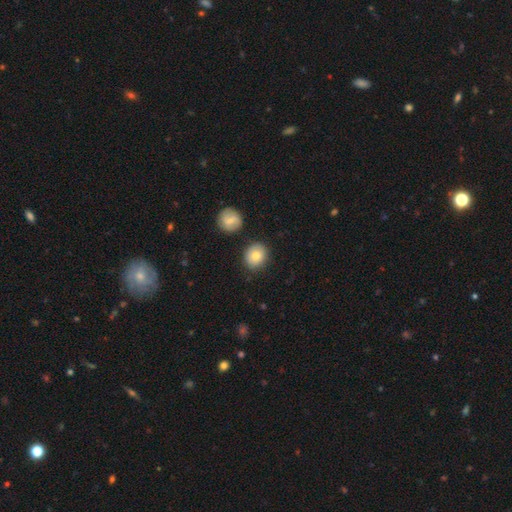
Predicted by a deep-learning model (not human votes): Overall: smooth (79%). How rounded: round (77%). Merging: none (84%).